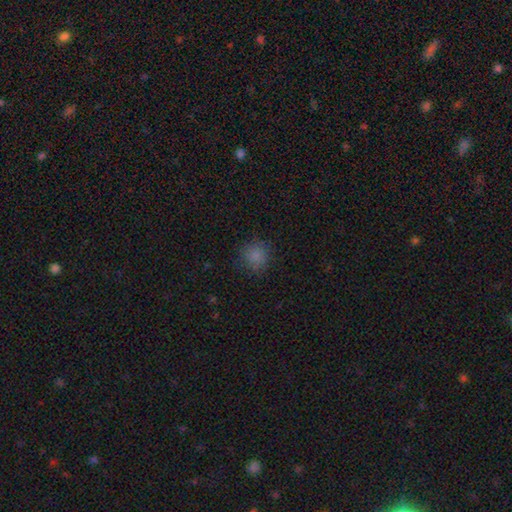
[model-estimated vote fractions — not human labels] This is clearly a smooth galaxy (82%). How rounded: clearly round (90%). Merging: clearly none (82%).